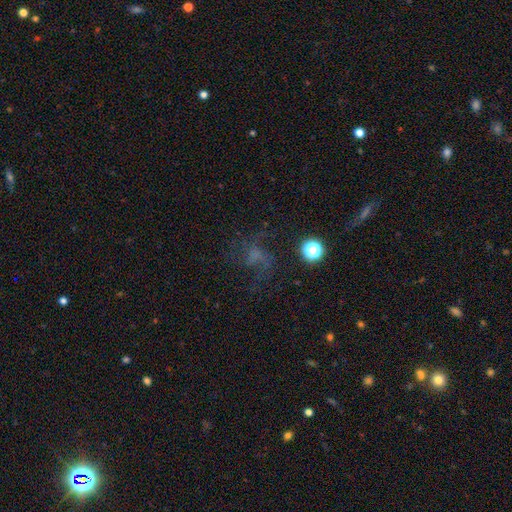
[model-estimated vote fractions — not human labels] Morphology: type=featured or disk (43%); merging=none (51%).